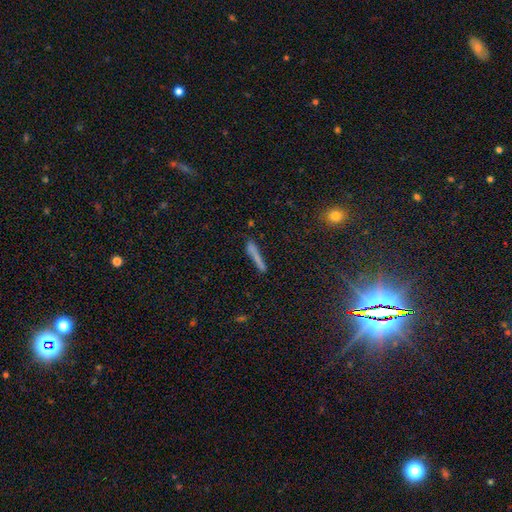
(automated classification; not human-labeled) Smooth or featured?
  - smooth: 67% *
  - featured or disk: 20%
  - star or artifact: 13%
How rounded?
  - cigar-shaped: 93% *
  - in between: 5%
  - round: 2%
Merging?
  - none: 72% *
  - minor disturbance: 17%
  - merger: 6%
  - major disturbance: 5%